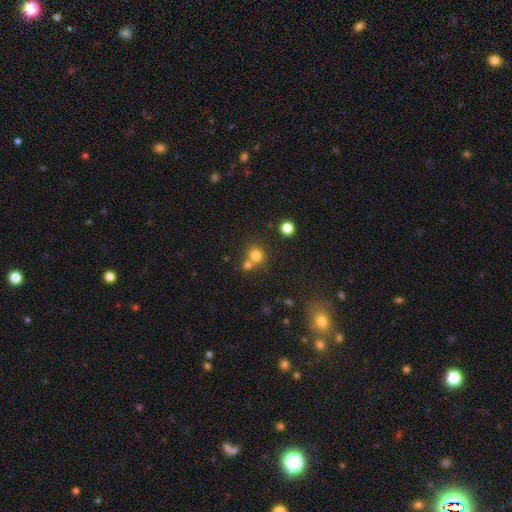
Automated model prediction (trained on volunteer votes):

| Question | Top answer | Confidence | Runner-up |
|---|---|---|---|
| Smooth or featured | smooth | 77% | star or artifact (15%) |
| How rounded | round | 88% | in between (11%) |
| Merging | none | 58% | merger (32%) |